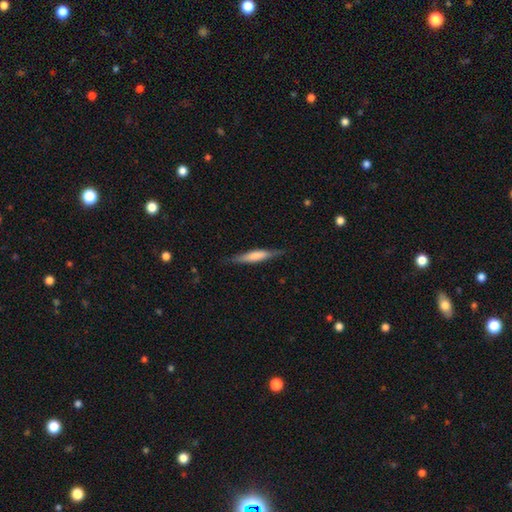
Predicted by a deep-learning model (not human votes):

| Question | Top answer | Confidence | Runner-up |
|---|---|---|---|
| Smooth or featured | smooth | 56% | featured or disk (38%) |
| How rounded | cigar-shaped | 88% | in between (11%) |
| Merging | none | 83% | minor disturbance (13%) |